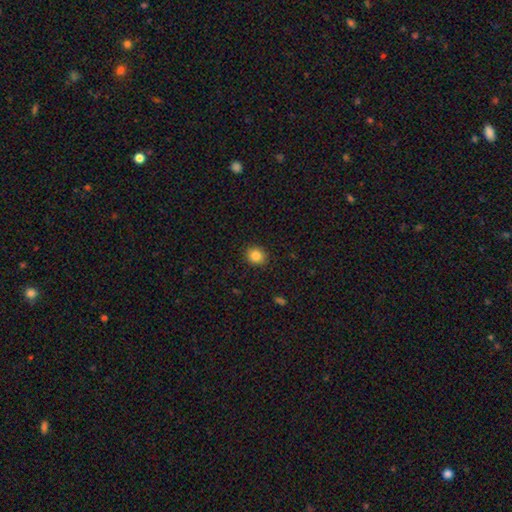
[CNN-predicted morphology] This is clearly a smooth galaxy (85%). How rounded: likely round (78%). Merging: clearly none (90%).